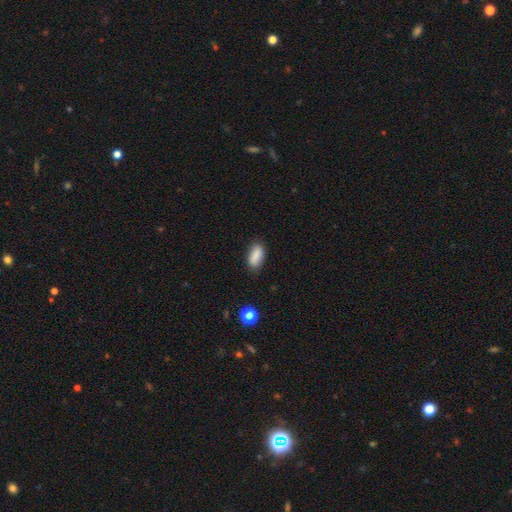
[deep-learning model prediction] Smooth or featured? Predicted: smooth (p=0.86). How rounded? Predicted: in between (p=0.86). Merging? Predicted: none (p=0.81).